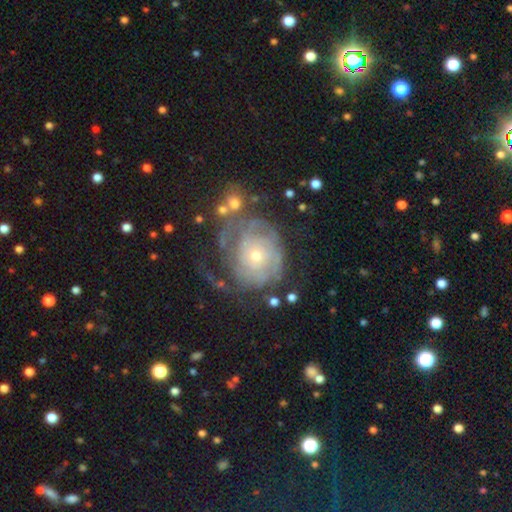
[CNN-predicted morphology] type=featured or disk (78%); edge-on=no (97%); bar=no (83%); spiral arms=yes (85%); winding=tight (69%); arm count=can't tell (49%); bulge=small (63%); merging=none (49%).